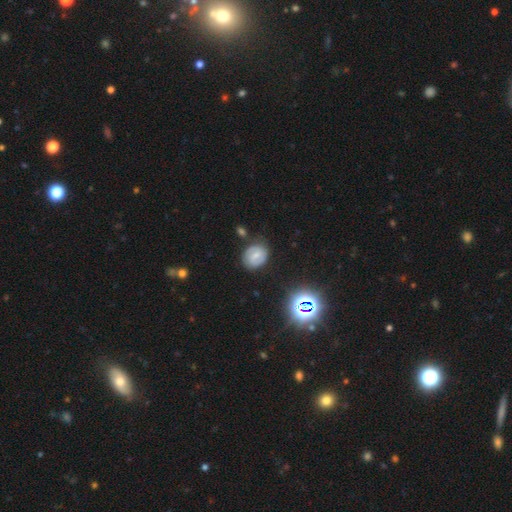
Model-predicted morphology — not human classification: smooth_or_featured: smooth (p=0.44) [alt: featured or disk p=0.43]
merging: none (p=0.75) [alt: minor disturbance p=0.17]